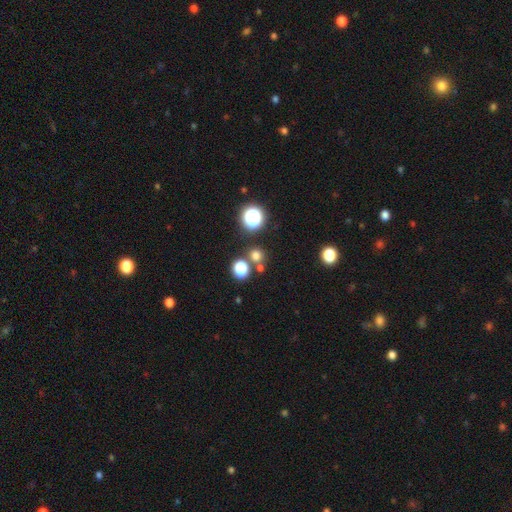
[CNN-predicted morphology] Smooth or featured? smooth (68%)
How rounded? round (89%)
Merging? none (74%)